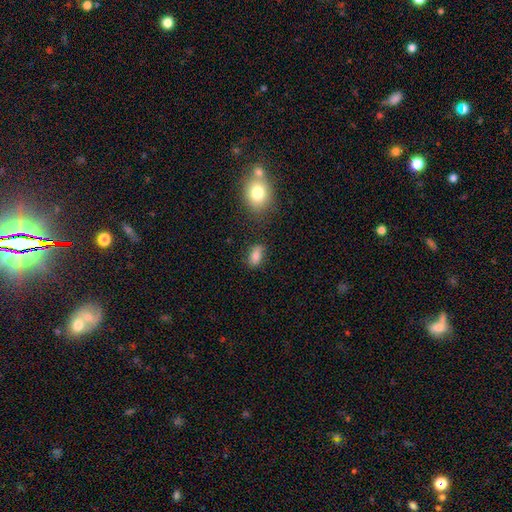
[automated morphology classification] smooth_or_featured: smooth (p=0.78) [alt: featured or disk p=0.12]
how_rounded: in between (p=0.86) [alt: round p=0.10]
merging: none (p=0.76) [alt: minor disturbance p=0.16]